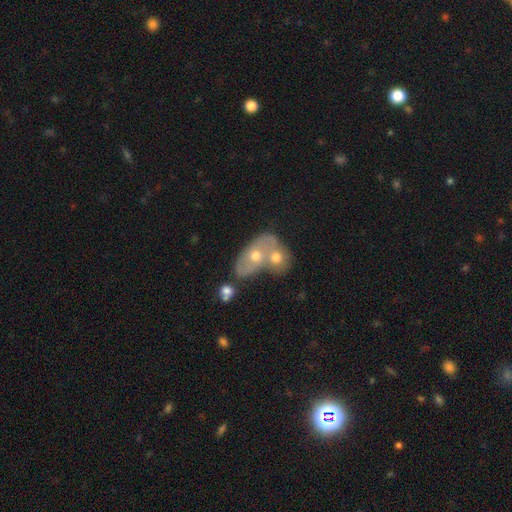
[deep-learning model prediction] smooth 50%, featured or disk 41%, star or artifact 9%. Down the decision tree: how rounded — in between (77%); merging — merger (68%).